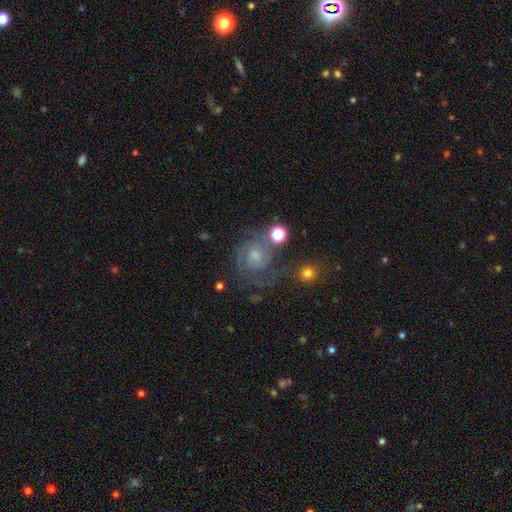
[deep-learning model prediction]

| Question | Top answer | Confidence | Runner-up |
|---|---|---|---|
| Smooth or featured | featured or disk | 71% | smooth (18%) |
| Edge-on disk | no | 98% | yes (2%) |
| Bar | no | 55% | weak (38%) |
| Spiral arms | yes | 91% | no (9%) |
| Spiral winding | tight | 58% | medium (33%) |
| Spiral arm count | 2 | 35% | can't tell (33%) |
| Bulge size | small | 49% | moderate (36%) |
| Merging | none | 57% | minor disturbance (19%) |